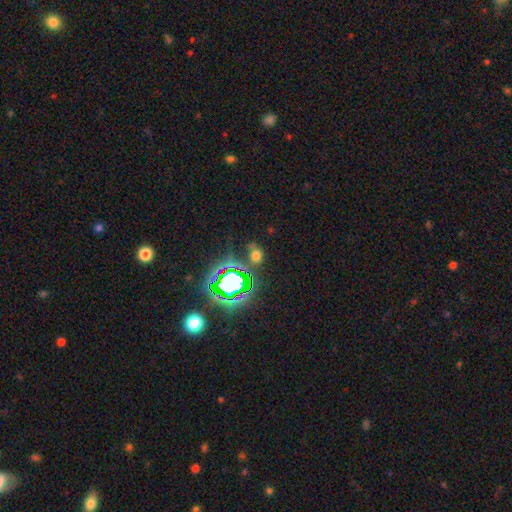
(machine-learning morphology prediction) Q: Smooth or featured?
A: smooth (48%); runner-up: star or artifact (40%)
Q: Merging?
A: none (62%); runner-up: minor disturbance (17%)